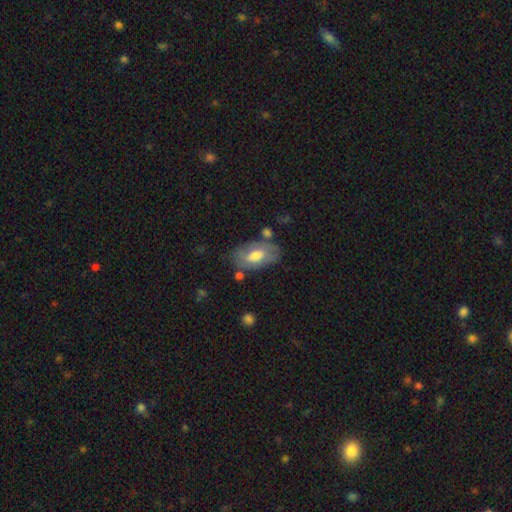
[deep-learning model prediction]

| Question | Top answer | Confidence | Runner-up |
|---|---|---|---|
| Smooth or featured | smooth | 51% | featured or disk (43%) |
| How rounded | in between | 92% | round (5%) |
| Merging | none | 64% | minor disturbance (22%) |